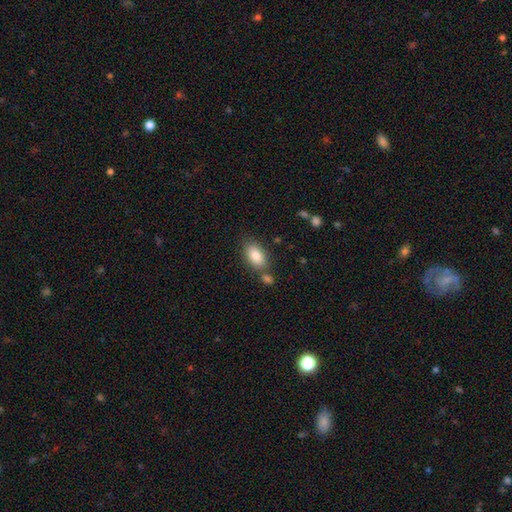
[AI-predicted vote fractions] smooth-or-featured: smooth: 85% | featured or disk: 8% | star or artifact: 7%
  how-rounded: in between: 92% | round: 5% | cigar-shaped: 3%
  merging: none: 69% | merger: 14% | minor disturbance: 14% | major disturbance: 4%